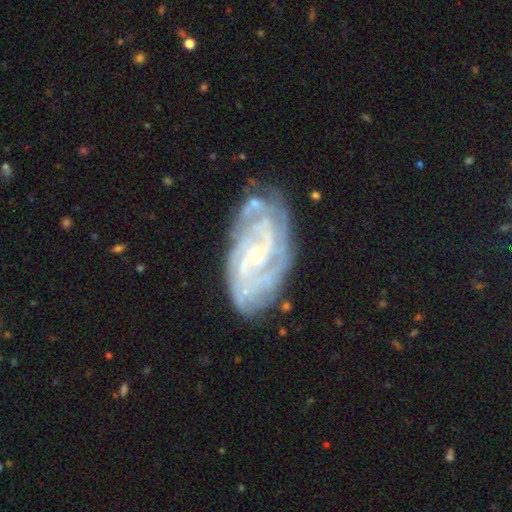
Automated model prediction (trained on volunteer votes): featured or disk 86%, smooth 7%, star or artifact 6%. Down the decision tree: edge-on disk — no (95%); bar — no (61%); spiral arms — yes (95%); spiral arm count — can't tell (31%); spiral winding — tight (67%); bulge size — small (79%); merging — none (72%).